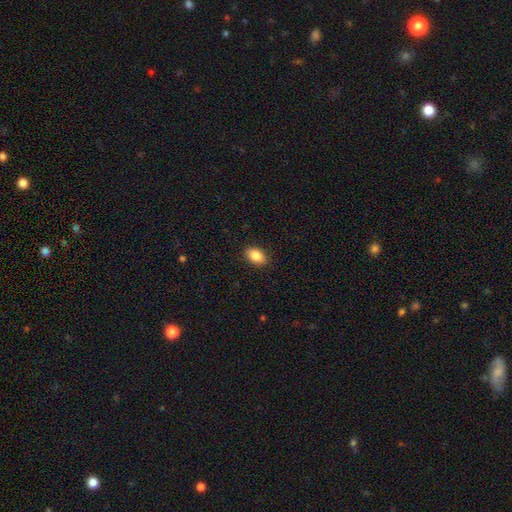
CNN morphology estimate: Smooth or featured: smooth — 87% (star or artifact — 8%)
How rounded: in between — 89% (round — 10%)
Merging: none — 89% (minor disturbance — 8%)